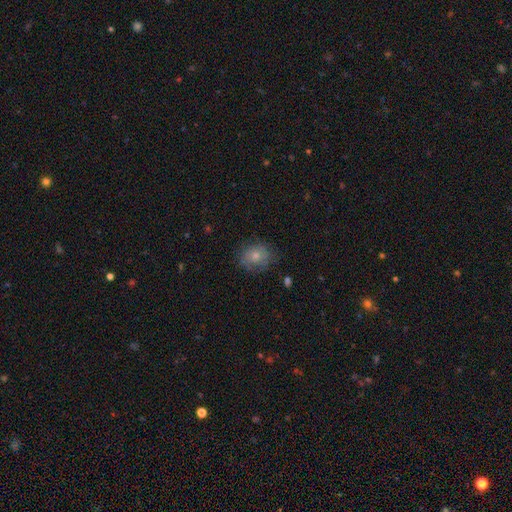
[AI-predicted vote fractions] A smooth galaxy with no disk features (72%) that is round (58%). Merging: none (71%).